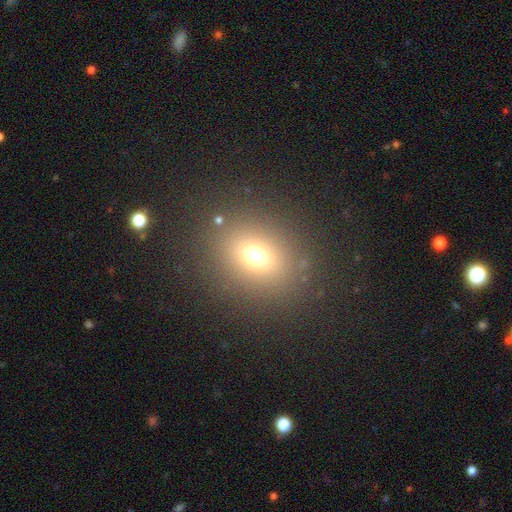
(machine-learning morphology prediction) smooth-or-featured: smooth: 68% | star or artifact: 21% | featured or disk: 11%
  how-rounded: round: 65% | in between: 34% | cigar-shaped: 1%
  merging: none: 84% | minor disturbance: 8% | major disturbance: 5% | merger: 3%